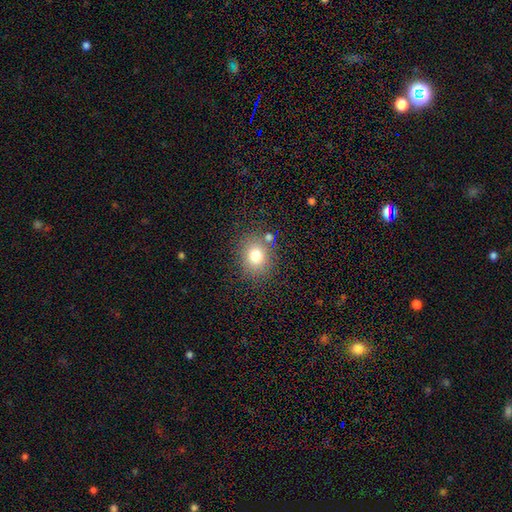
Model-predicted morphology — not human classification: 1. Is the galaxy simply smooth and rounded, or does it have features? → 77% smooth, 13% star or artifact, 10% featured or disk.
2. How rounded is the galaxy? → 66% round, 33% in between, 1% cigar-shaped.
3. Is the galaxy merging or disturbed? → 79% none, 11% minor disturbance, 6% merger, 4% major disturbance.